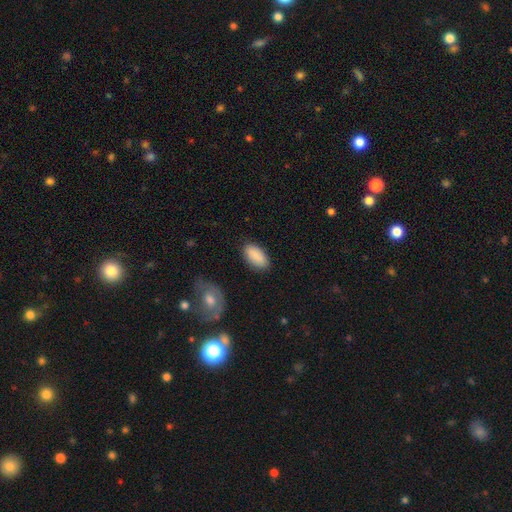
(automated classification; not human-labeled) Morphology: type=smooth (89%); roundness=in between (93%); merging=none (85%).